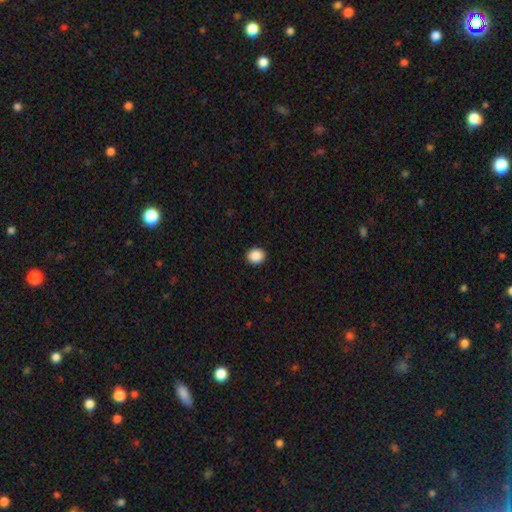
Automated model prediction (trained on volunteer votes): Smooth or featured?
  - smooth: 89% *
  - star or artifact: 9%
  - featured or disk: 3%
How rounded?
  - round: 77% *
  - in between: 22%
  - cigar-shaped: 1%
Merging?
  - none: 92% *
  - minor disturbance: 5%
  - major disturbance: 2%
  - merger: 1%